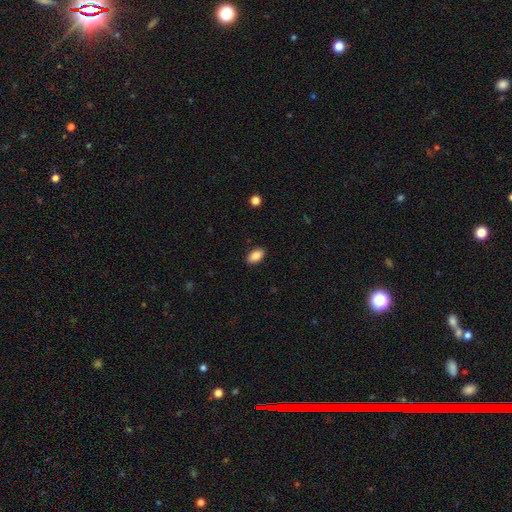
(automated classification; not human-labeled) A smooth galaxy with no disk features (88%) that is in between round and cigar-shaped (93%).

Vote fractions:
- Smooth or featured? smooth: 88% / star or artifact: 8% / featured or disk: 5%
- How rounded? in between: 93% / round: 5% / cigar-shaped: 2%
- Merging? none: 89% / minor disturbance: 8% / major disturbance: 2% / merger: 1%